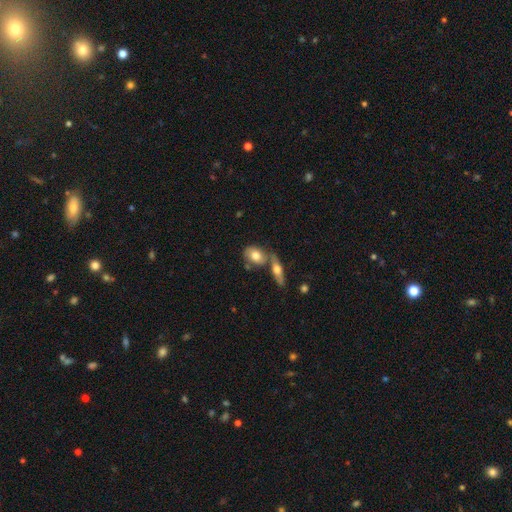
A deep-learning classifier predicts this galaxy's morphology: This appears to be a smooth galaxy with no disk features (70%) that is in between round and cigar-shaped (77%). Merging: none (45%).